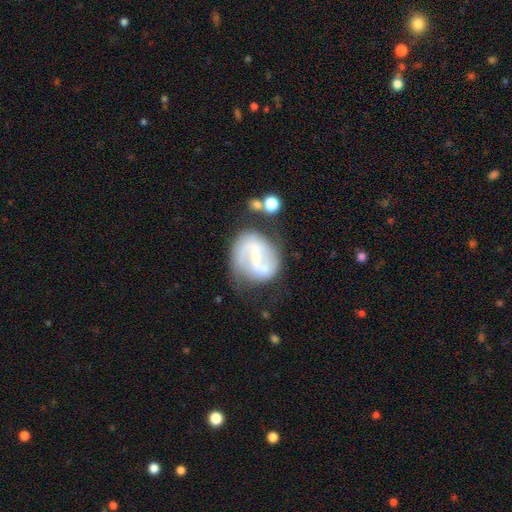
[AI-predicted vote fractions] Q: Smooth or featured?
A: featured or disk (75%); runner-up: smooth (18%)
Q: Edge-on disk?
A: no (97%); runner-up: yes (3%)
Q: Bar?
A: weak (43%); runner-up: strong (38%)
Q: Spiral arms?
A: yes (84%); runner-up: no (16%)
Q: Spiral winding?
A: medium (43%); runner-up: loose (31%)
Q: Spiral arm count?
A: 2 (77%); runner-up: can't tell (12%)
Q: Bulge size?
A: small (60%); runner-up: moderate (28%)
Q: Merging?
A: none (58%); runner-up: minor disturbance (22%)